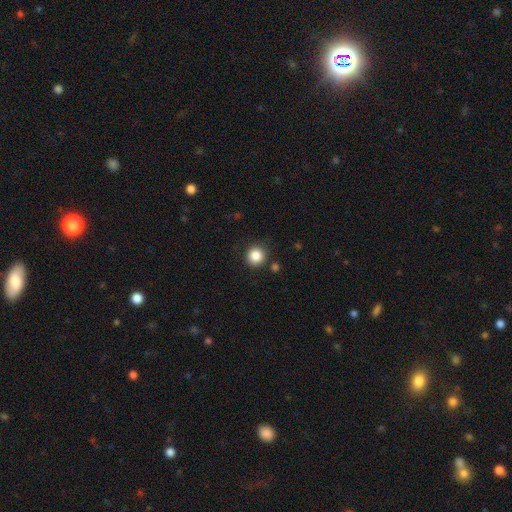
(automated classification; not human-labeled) smooth 85%, star or artifact 10%, featured or disk 4%. Down the decision tree: how rounded — round (93%); merging — none (87%).